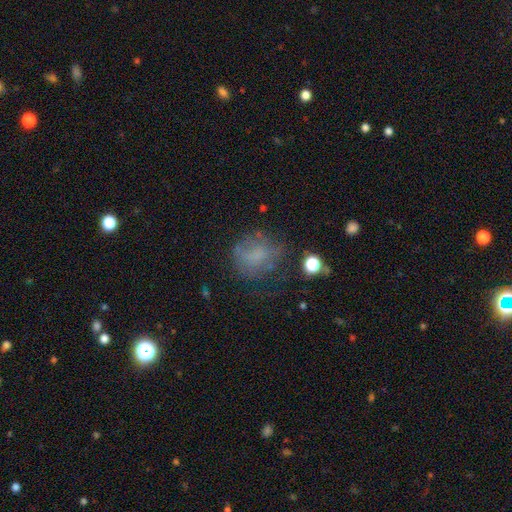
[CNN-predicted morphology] The model was most divided on "smooth or featured": smooth: 54%, featured or disk: 28%, star or artifact: 18%. More confident: how rounded — round (69%); merging — none (51%).